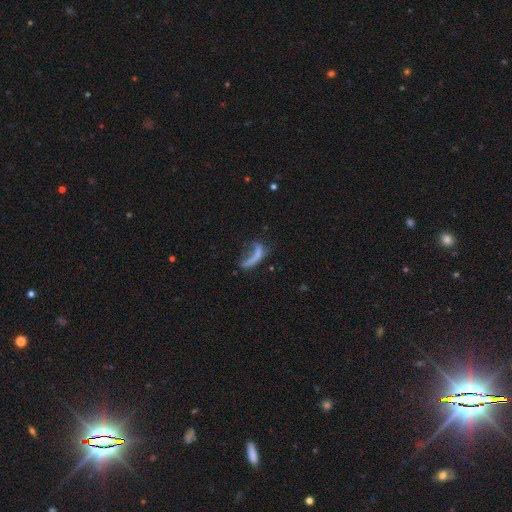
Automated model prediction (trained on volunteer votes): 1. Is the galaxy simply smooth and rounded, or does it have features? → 48% smooth, 39% featured or disk, 13% star or artifact.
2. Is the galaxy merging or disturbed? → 45% major disturbance, 27% none, 16% minor disturbance, 12% merger.